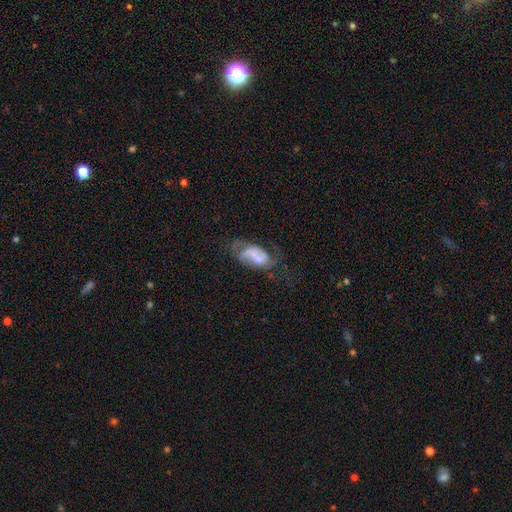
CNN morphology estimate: Smooth or featured? featured or disk (52%)
Edge-on disk? no (96%)
Bar? no (71%)
Spiral arms? yes (56%)
Bulge size? small (44%)
Merging? major disturbance (34%)